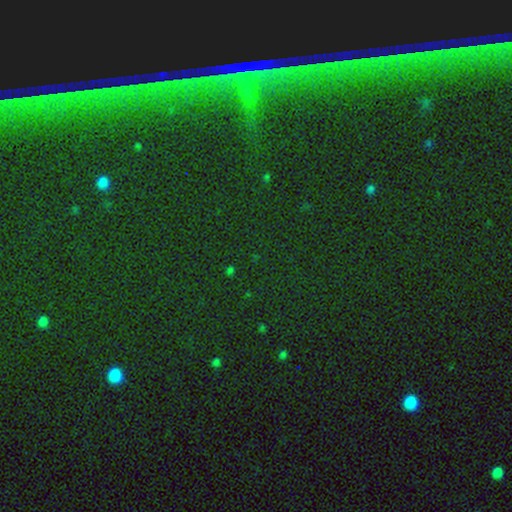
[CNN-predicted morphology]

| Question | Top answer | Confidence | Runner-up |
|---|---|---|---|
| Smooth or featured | star or artifact | 74% | smooth (17%) |